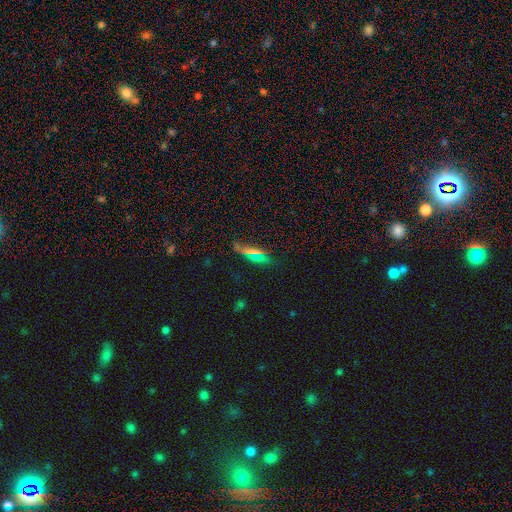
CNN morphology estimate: smooth-or-featured: smooth: 57% | star or artifact: 24% | featured or disk: 19%
  how-rounded: in between: 53% | cigar-shaped: 40% | round: 6%
  merging: none: 74% | minor disturbance: 16% | major disturbance: 6% | merger: 4%